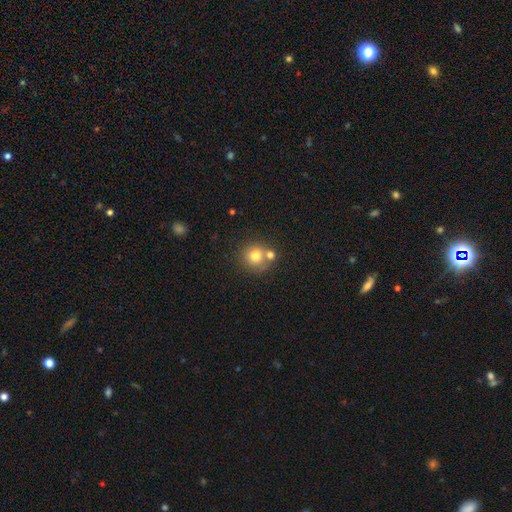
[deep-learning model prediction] A smooth galaxy with no disk features (75%) that is round (90%). Merging: none (58%).